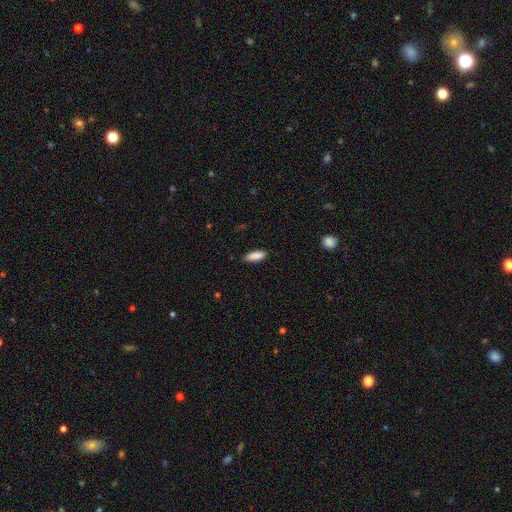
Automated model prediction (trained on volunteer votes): Smooth or featured? Predicted: smooth (p=0.89). How rounded? Predicted: in between (p=0.63). Merging? Predicted: none (p=0.88).